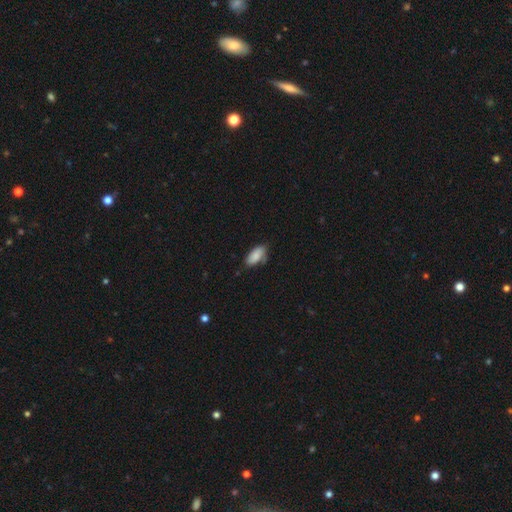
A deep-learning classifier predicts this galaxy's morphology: Q: Smooth or featured?
A: smooth (82%); runner-up: featured or disk (12%)
Q: How rounded?
A: in between (92%); runner-up: cigar-shaped (6%)
Q: Merging?
A: none (64%); runner-up: minor disturbance (27%)